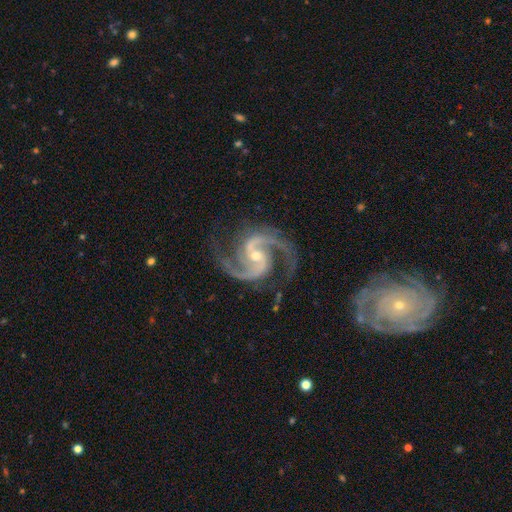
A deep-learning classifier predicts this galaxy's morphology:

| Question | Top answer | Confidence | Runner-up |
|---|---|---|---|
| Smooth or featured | featured or disk | 94% | star or artifact (4%) |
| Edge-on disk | no | 98% | yes (2%) |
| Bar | weak | 41% | no (39%) |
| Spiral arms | yes | 99% | no (1%) |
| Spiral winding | medium | 70% | tight (16%) |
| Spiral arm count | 2 | 91% | 3 (4%) |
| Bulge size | small | 51% | moderate (45%) |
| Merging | none | 80% | minor disturbance (13%) |